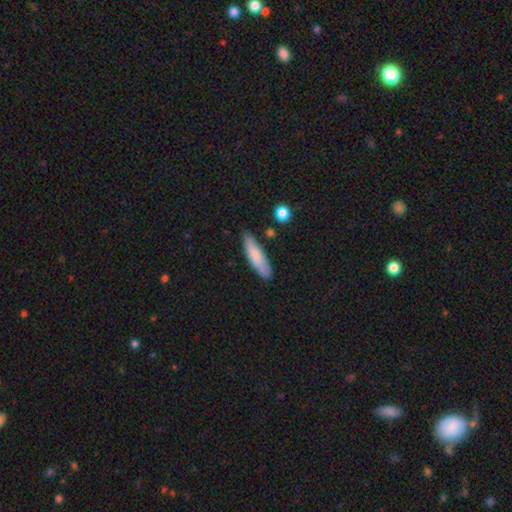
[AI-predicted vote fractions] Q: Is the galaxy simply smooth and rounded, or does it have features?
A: smooth — 77%.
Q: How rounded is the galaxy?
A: cigar-shaped — 64%.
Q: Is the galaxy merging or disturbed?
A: none — 80%.